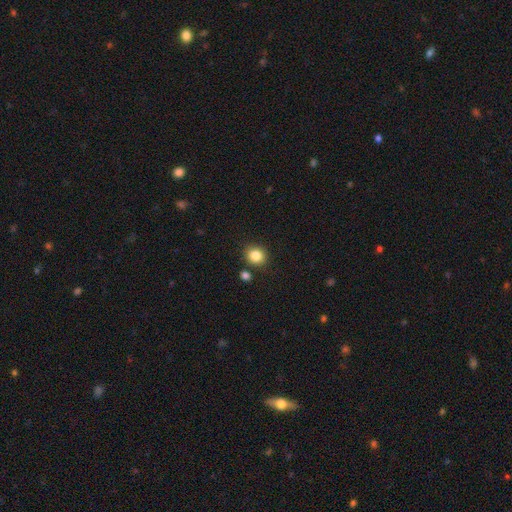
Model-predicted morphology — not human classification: This appears to be a smooth galaxy with no disk features (85%) that is round (85%). Merging: none (82%).